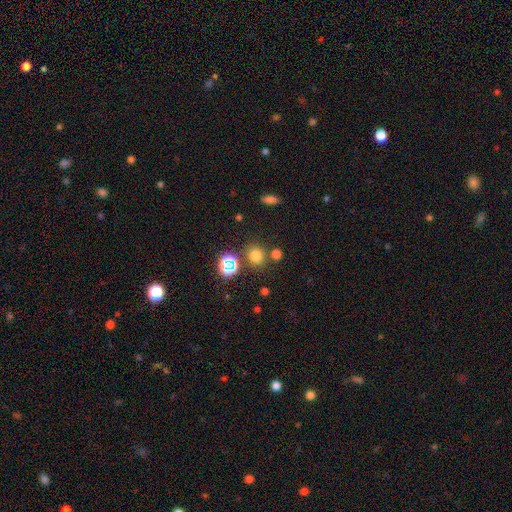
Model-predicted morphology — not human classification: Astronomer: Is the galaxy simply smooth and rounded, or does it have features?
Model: smooth — 71%.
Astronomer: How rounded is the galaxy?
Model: round — 85%.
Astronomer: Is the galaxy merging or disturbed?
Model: none — 78%.